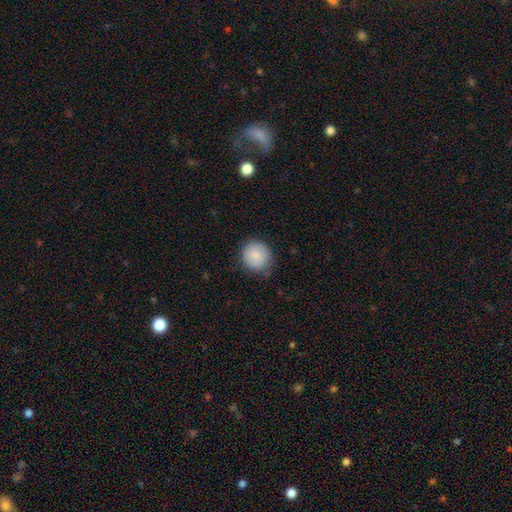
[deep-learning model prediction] smooth-or-featured: smooth: 84% | featured or disk: 10% | star or artifact: 7%
  how-rounded: round: 87% | in between: 12% | cigar-shaped: 1%
  merging: none: 78% | minor disturbance: 17% | major disturbance: 4% | merger: 1%